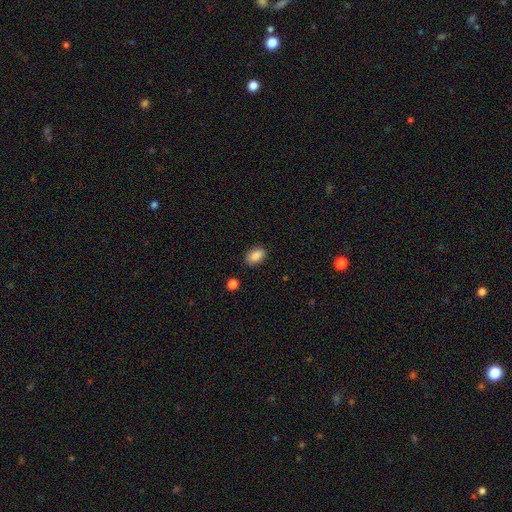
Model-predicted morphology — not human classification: A smooth galaxy with no disk features (88%) that is in between round and cigar-shaped (88%).

Vote fractions:
- Smooth or featured? smooth: 88% / star or artifact: 8% / featured or disk: 4%
- How rounded? in between: 88% / round: 10% / cigar-shaped: 2%
- Merging? none: 86% / minor disturbance: 10% / major disturbance: 2% / merger: 2%